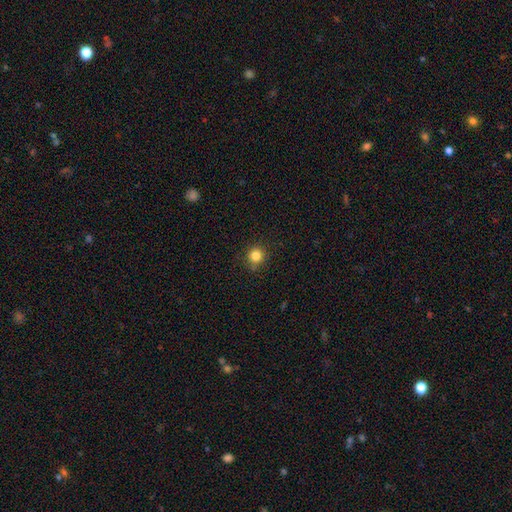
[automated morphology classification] This is clearly a smooth galaxy (83%). How rounded: clearly round (93%). Merging: clearly none (87%).